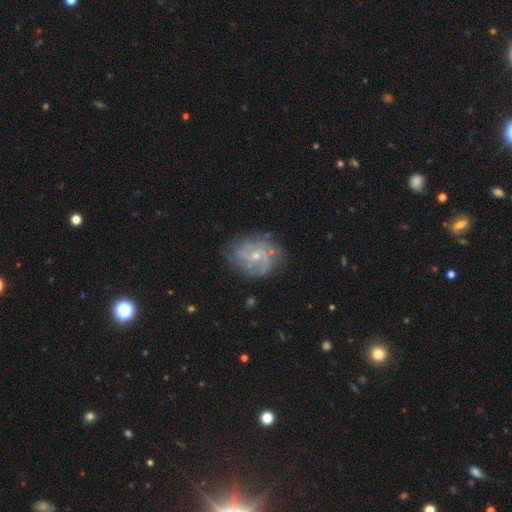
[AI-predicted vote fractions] Overall: featured or disk (85%). Edge-on disk: no (98%). Bar: no (60%; weak 34%). Spiral arms: yes (96%). Spiral arm count: 2 (33%; 3 24%). Spiral winding: tight (47%; medium 42%). Bulge size: small (67%; moderate 29%). Merging: none (72%).